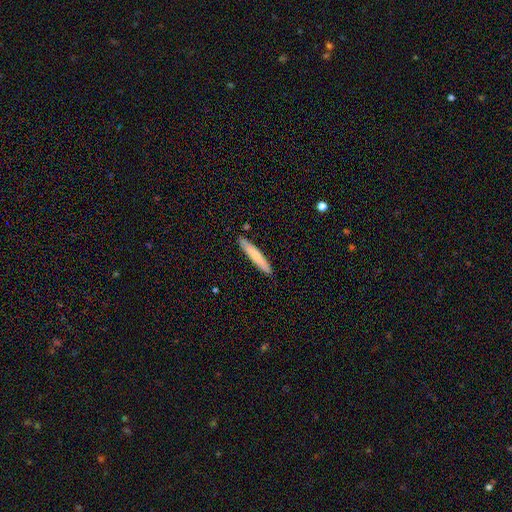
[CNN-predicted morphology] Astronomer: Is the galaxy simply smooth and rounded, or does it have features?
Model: smooth — 72%.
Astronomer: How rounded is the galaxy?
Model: cigar-shaped — 93%.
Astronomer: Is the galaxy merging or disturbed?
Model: none — 89%.